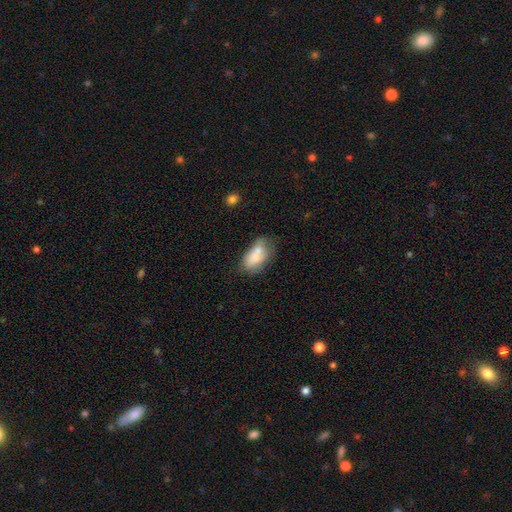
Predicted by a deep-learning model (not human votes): Smooth or featured? Predicted: smooth (p=0.71). How rounded? Predicted: in between (p=0.90). Merging? Predicted: none (p=0.37).